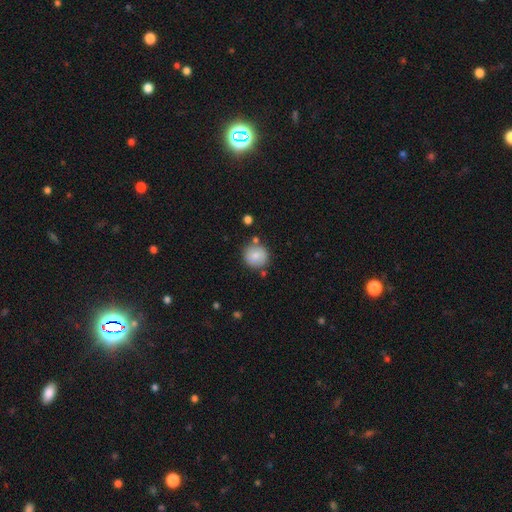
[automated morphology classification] Smooth or featured?
  - smooth: 77% *
  - featured or disk: 15%
  - star or artifact: 8%
How rounded?
  - round: 91% *
  - in between: 8%
  - cigar-shaped: 1%
Merging?
  - none: 78% *
  - minor disturbance: 12%
  - merger: 7%
  - major disturbance: 3%